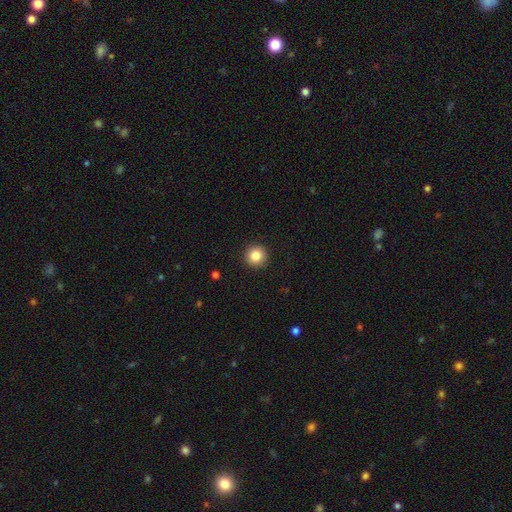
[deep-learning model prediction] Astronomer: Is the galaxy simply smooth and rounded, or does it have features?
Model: smooth — 85%.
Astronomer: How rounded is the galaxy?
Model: round — 96%.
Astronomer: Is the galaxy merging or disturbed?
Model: none — 92%.